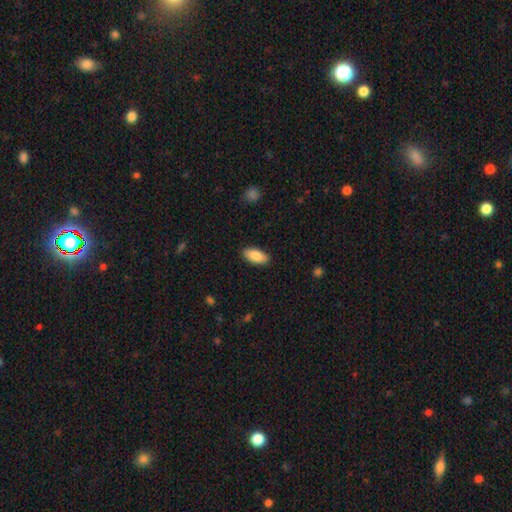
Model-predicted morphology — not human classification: smooth_or_featured: smooth (p=0.85) [alt: featured or disk p=0.08]
how_rounded: in between (p=0.89) [alt: cigar-shaped p=0.09]
merging: none (p=0.88) [alt: minor disturbance p=0.08]